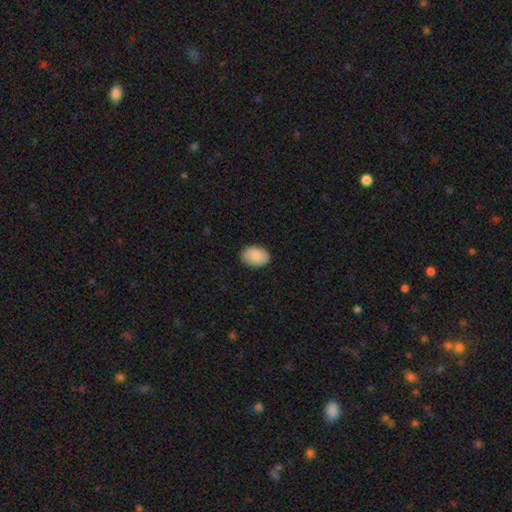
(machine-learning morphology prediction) Overall: smooth (89%). How rounded: in between (84%). Merging: none (89%).